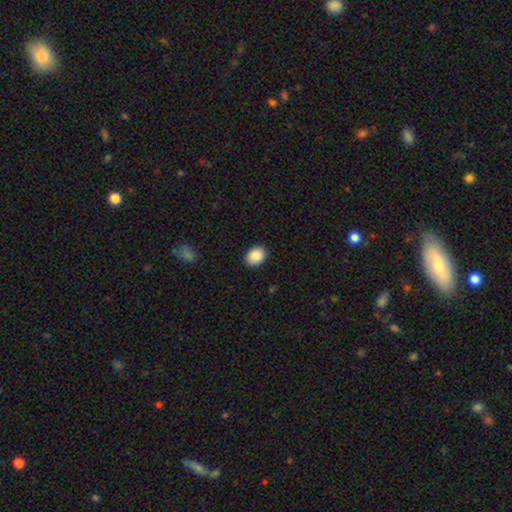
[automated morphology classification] Smooth or featured: smooth — 90% (star or artifact — 7%)
How rounded: in between — 64% (round — 35%)
Merging: none — 90% (minor disturbance — 7%)